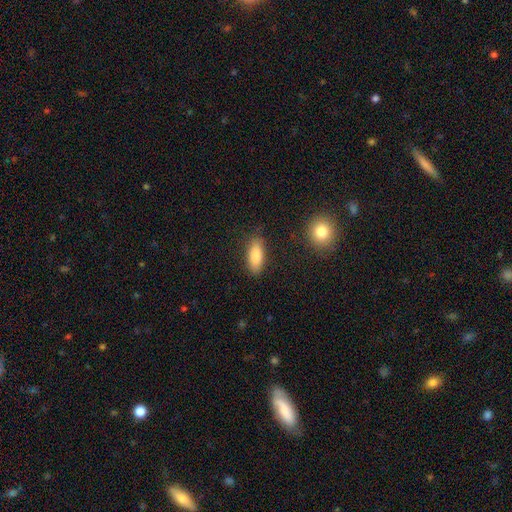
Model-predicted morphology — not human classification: Smooth or featured?
  - smooth: 87% *
  - star or artifact: 7%
  - featured or disk: 7%
How rounded?
  - in between: 78% *
  - cigar-shaped: 20%
  - round: 2%
Merging?
  - none: 84% *
  - minor disturbance: 11%
  - major disturbance: 3%
  - merger: 2%